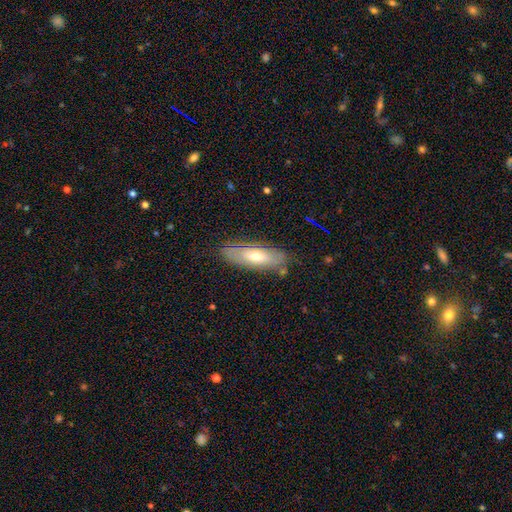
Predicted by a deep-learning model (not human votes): smooth 56%, featured or disk 37%, star or artifact 7%. Down the decision tree: how rounded — in between (67%); merging — none (81%).